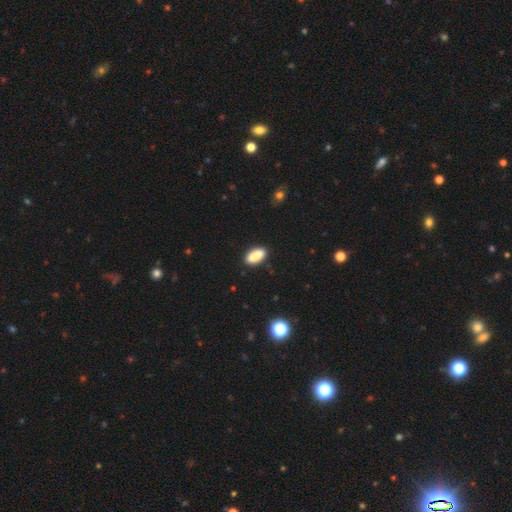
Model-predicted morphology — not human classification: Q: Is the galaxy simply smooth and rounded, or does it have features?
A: smooth — 87%.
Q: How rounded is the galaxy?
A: in between — 83%.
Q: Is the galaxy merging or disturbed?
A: none — 87%.